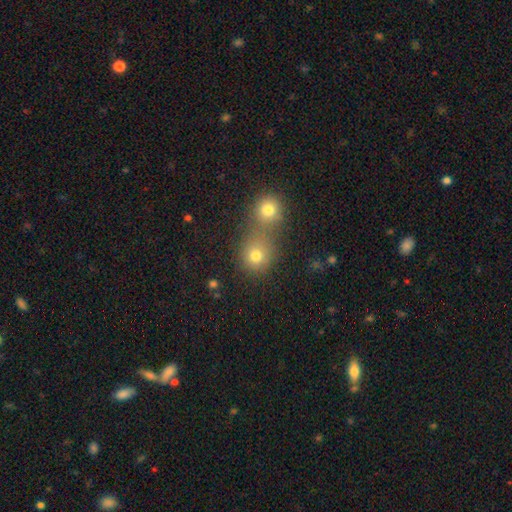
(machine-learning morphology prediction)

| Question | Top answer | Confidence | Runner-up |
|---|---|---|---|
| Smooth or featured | smooth | 76% | star or artifact (16%) |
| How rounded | round | 83% | in between (16%) |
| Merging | merger | 50% | none (41%) |